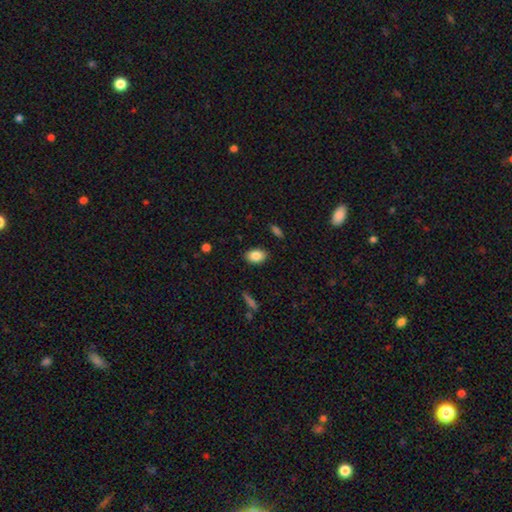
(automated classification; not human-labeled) smooth-or-featured: smooth: 85% | star or artifact: 8% | featured or disk: 7%
  how-rounded: in between: 87% | round: 11% | cigar-shaped: 2%
  merging: none: 86% | minor disturbance: 10% | major disturbance: 3% | merger: 1%